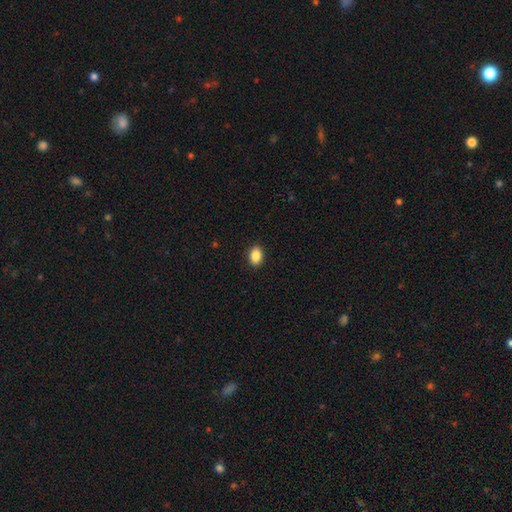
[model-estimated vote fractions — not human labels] A smooth galaxy with no disk features (87%) that is in between round and cigar-shaped (80%). Merging: none (91%).